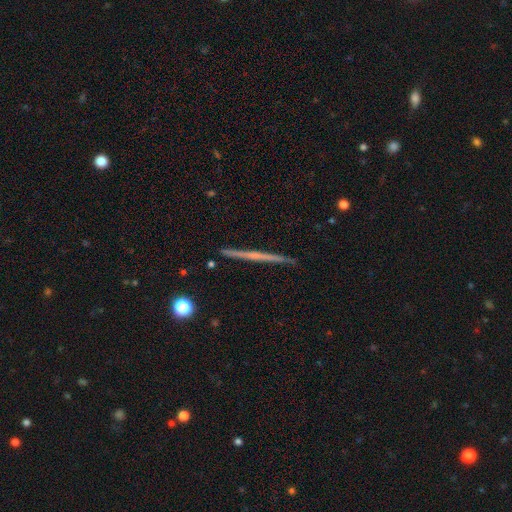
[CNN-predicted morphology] Overall: featured or disk (66%; smooth 27%). Edge-on disk: yes (98%). Edge-on bulge: none (72%). Merging: none (92%).